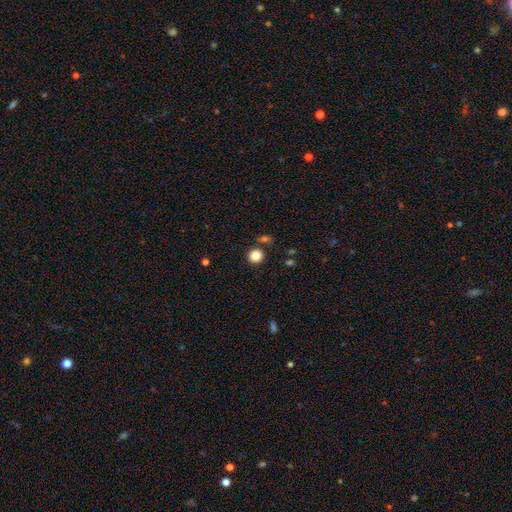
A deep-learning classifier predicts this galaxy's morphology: Overall: smooth (85%). How rounded: round (89%). Merging: none (82%).